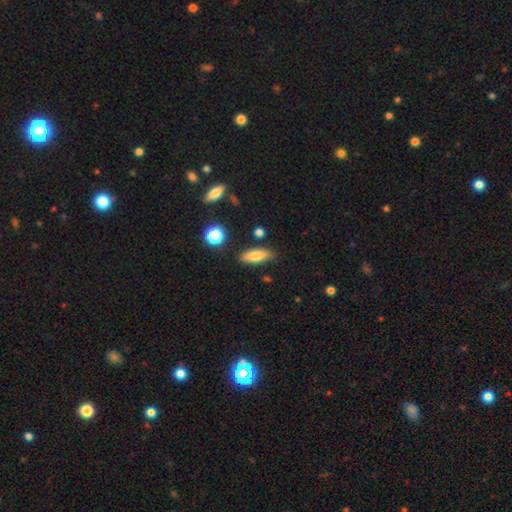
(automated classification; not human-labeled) Q: Smooth or featured?
A: smooth (74%); runner-up: featured or disk (18%)
Q: How rounded?
A: in between (67%); runner-up: cigar-shaped (29%)
Q: Merging?
A: none (83%); runner-up: minor disturbance (11%)